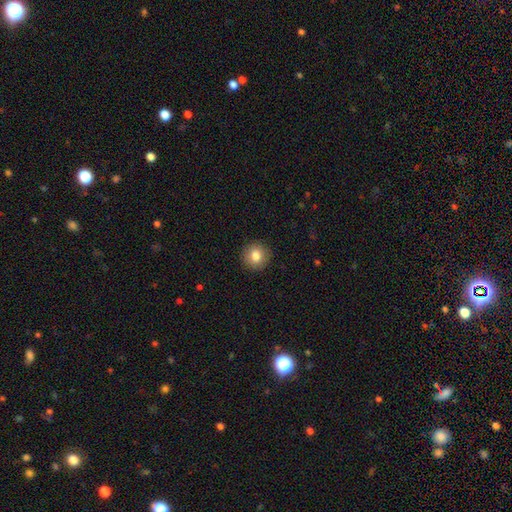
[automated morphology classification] Smooth or featured? Predicted: smooth (p=0.83). How rounded? Predicted: round (p=0.93). Merging? Predicted: none (p=0.92).